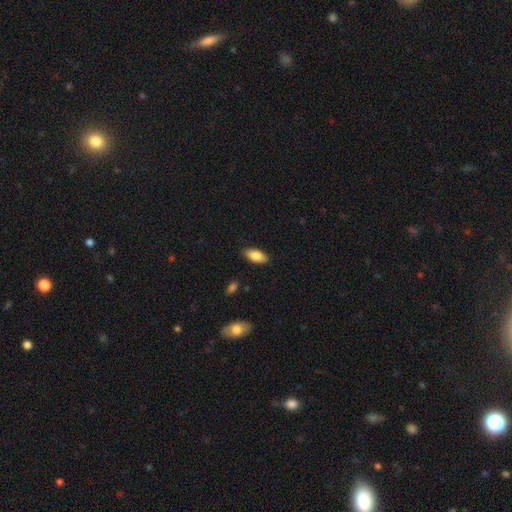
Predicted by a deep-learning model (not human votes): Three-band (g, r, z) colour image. It shows a smooth galaxy with no disk features (84%) that is in between round and cigar-shaped (89%). Merging: none (87%).